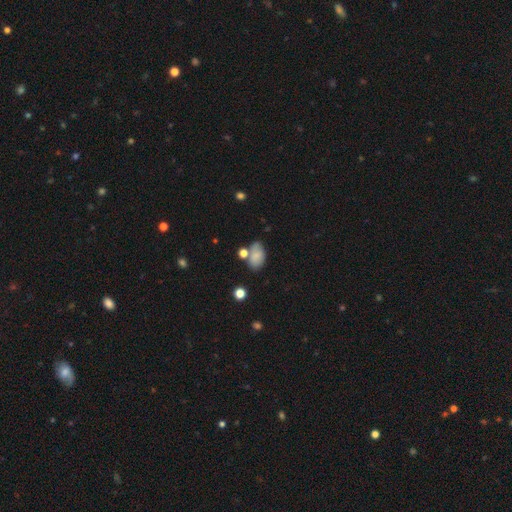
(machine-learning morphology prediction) Overall: smooth (78%). How rounded: in between (88%). Merging: none (55%; minor disturbance 21%).